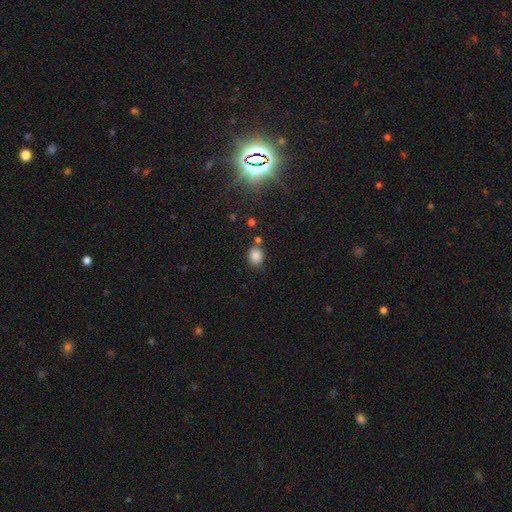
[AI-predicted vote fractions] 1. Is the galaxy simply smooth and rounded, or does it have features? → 84% smooth, 11% star or artifact, 4% featured or disk.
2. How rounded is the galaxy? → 57% round, 42% in between, 1% cigar-shaped.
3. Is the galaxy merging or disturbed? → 71% none, 15% minor disturbance, 9% merger, 4% major disturbance.